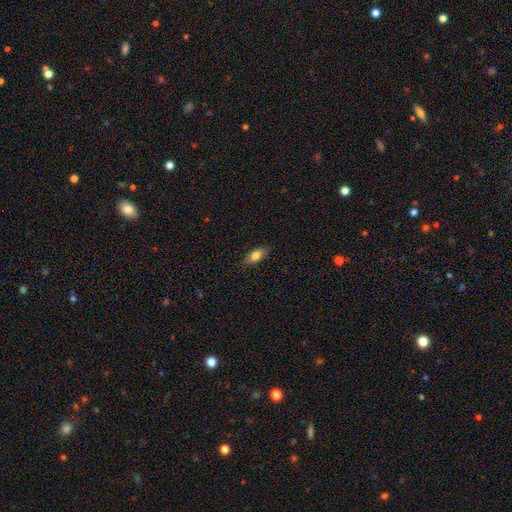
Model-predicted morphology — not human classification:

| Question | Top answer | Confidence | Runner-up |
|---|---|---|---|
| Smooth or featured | smooth | 79% | featured or disk (14%) |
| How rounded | in between | 83% | cigar-shaped (14%) |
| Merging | none | 85% | minor disturbance (11%) |